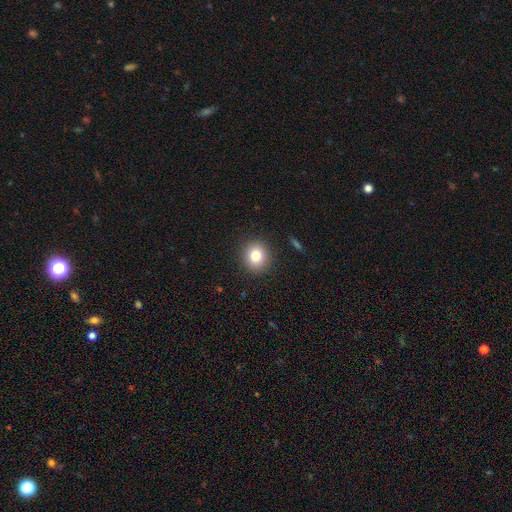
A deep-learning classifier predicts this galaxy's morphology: type=smooth (80%); roundness=round (83%); merging=none (90%).